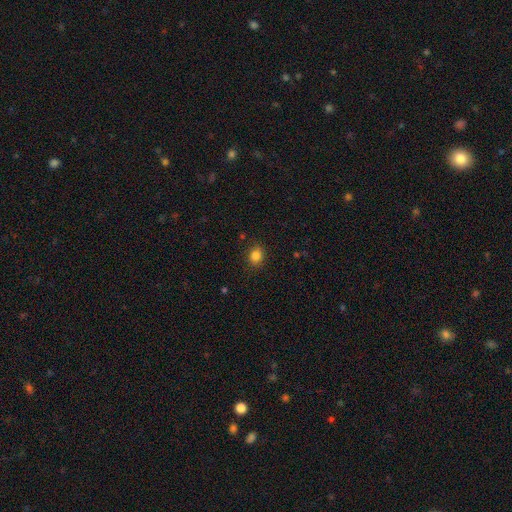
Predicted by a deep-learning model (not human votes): This is clearly a smooth galaxy (84%). How rounded: likely round (61%). Merging: clearly none (88%).